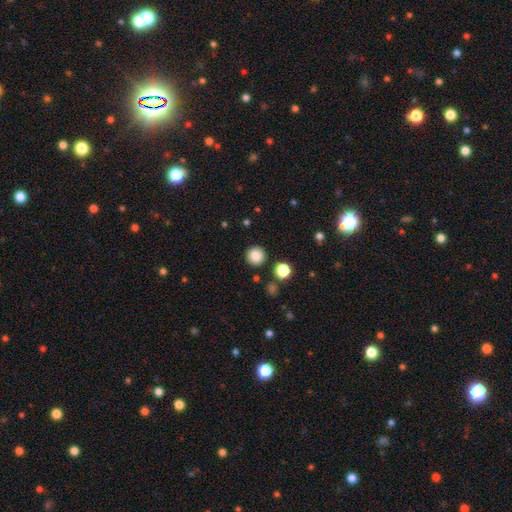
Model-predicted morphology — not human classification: Smooth or featured: smooth — 85% (star or artifact — 10%)
How rounded: round — 95% (in between — 4%)
Merging: none — 90% (minor disturbance — 6%)